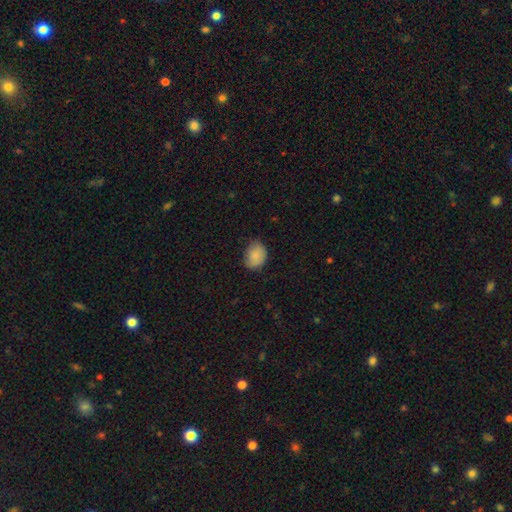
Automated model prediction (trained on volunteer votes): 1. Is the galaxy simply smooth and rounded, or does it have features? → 87% smooth, 7% star or artifact, 6% featured or disk.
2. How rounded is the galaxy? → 64% in between, 35% round, 1% cigar-shaped.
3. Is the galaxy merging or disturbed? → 68% none, 26% minor disturbance, 4% major disturbance, 1% merger.